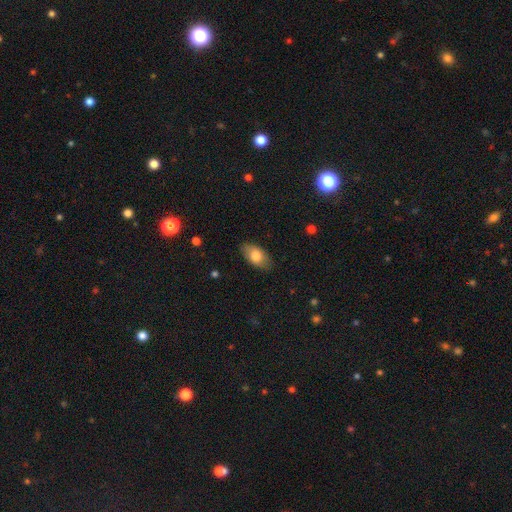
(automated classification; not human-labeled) smooth 77%, featured or disk 17%, star or artifact 7%. Down the decision tree: how rounded — in between (92%); merging — none (84%).